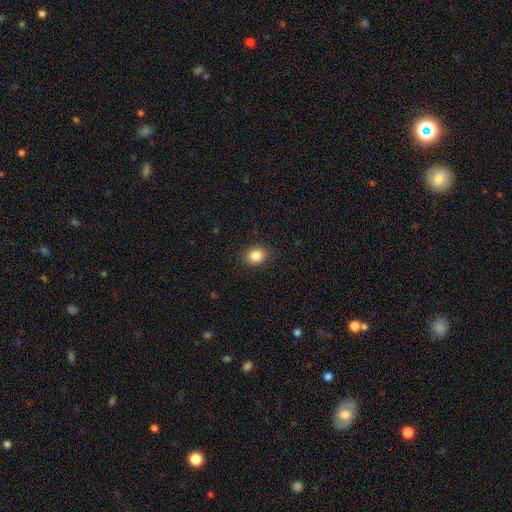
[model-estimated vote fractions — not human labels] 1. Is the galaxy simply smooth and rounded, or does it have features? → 85% smooth, 10% star or artifact, 5% featured or disk.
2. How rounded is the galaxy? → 58% round, 41% in between, 1% cigar-shaped.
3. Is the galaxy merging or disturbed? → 88% none, 8% minor disturbance, 2% major disturbance, 1% merger.